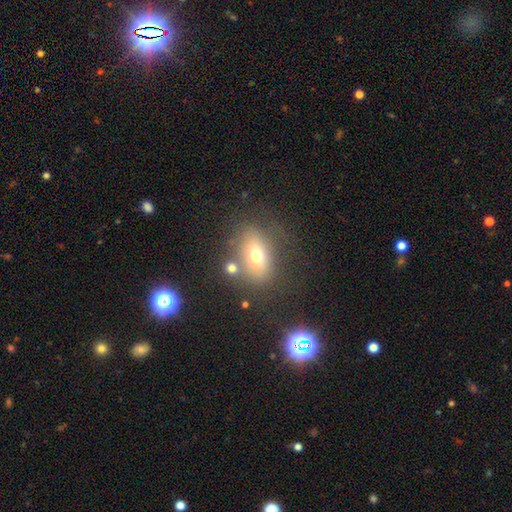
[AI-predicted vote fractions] smooth-or-featured: smooth: 67% | featured or disk: 20% | star or artifact: 13%
  how-rounded: in between: 73% | round: 24% | cigar-shaped: 3%
  merging: none: 64% | minor disturbance: 16% | merger: 12% | major disturbance: 8%